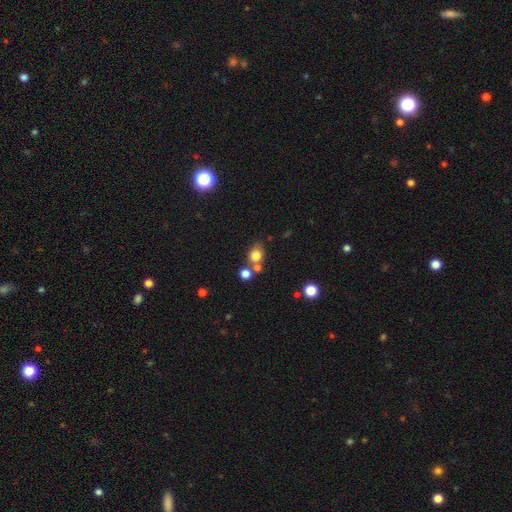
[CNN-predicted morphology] Smooth or featured? Predicted: smooth (p=0.79). How rounded? Predicted: round (p=0.69). Merging? Predicted: none (p=0.59).